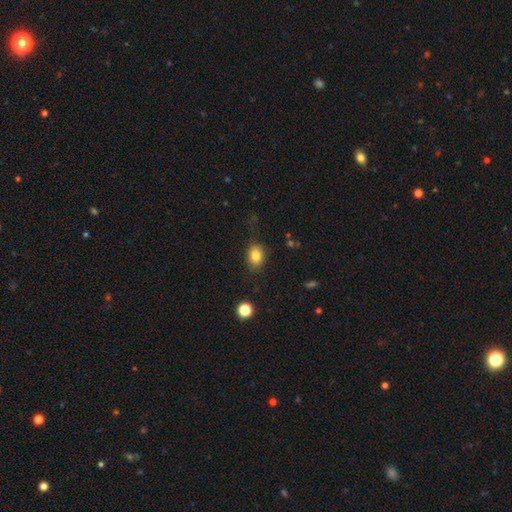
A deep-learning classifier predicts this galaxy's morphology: Smooth or featured: smooth — 81% (star or artifact — 10%)
How rounded: in between — 61% (round — 38%)
Merging: none — 79% (minor disturbance — 15%)